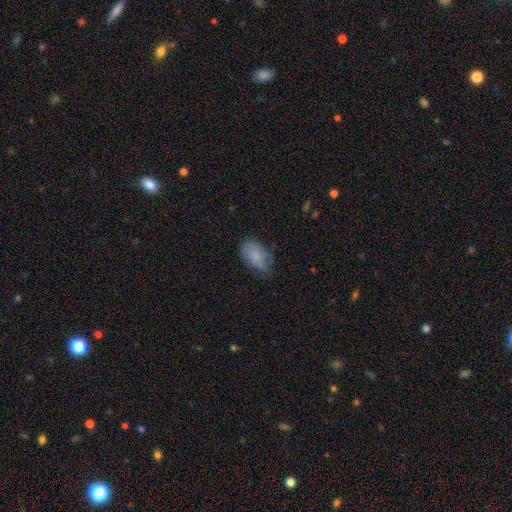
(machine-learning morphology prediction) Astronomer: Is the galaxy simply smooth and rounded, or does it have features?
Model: smooth — 74%.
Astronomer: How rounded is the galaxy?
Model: in between — 90%.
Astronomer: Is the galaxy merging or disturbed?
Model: none — 61%.